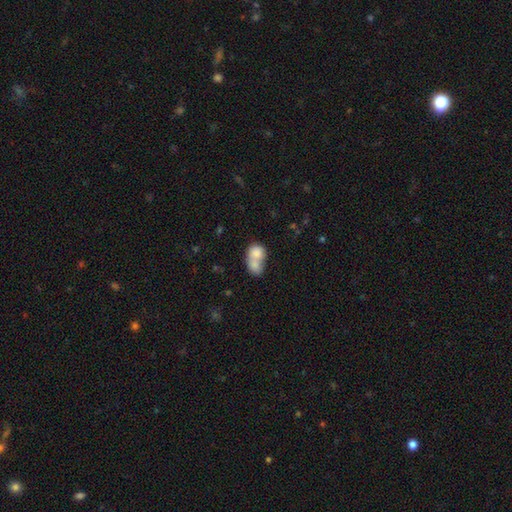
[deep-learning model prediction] smooth_or_featured: smooth (p=0.77) [alt: featured or disk p=0.15]
how_rounded: in between (p=0.57) [alt: round p=0.41]
merging: merger (p=0.74) [alt: none p=0.16]